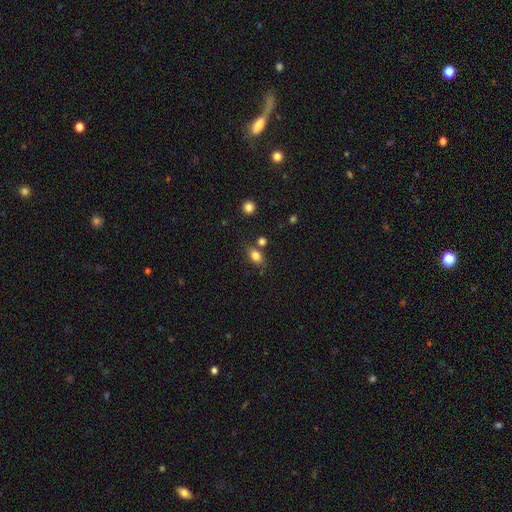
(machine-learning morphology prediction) Smooth or featured? Predicted: smooth (p=0.82). How rounded? Predicted: in between (p=0.77). Merging? Predicted: none (p=0.69).